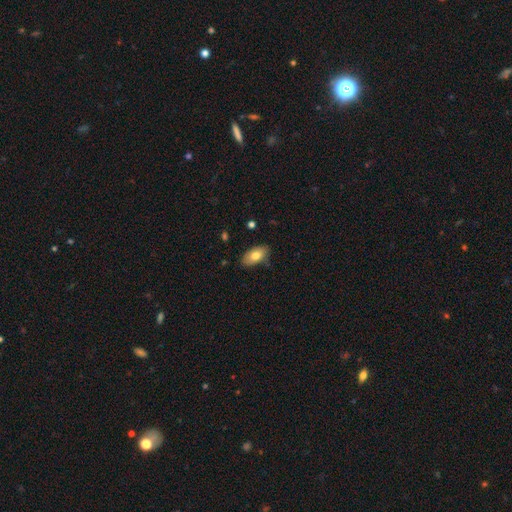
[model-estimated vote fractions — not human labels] Q: Smooth or featured?
A: smooth (77%); runner-up: featured or disk (17%)
Q: How rounded?
A: in between (92%); runner-up: round (4%)
Q: Merging?
A: none (79%); runner-up: minor disturbance (17%)